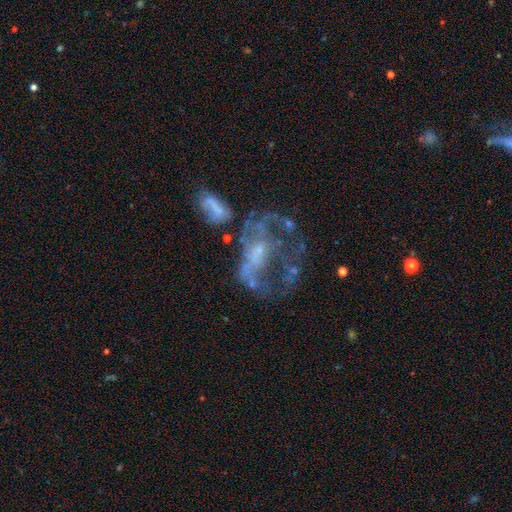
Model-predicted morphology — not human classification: type=featured or disk (68%); edge-on=no (97%); bar=no (76%); spiral arms=no (72%); bulge=small (41%); merging=major disturbance (38%).